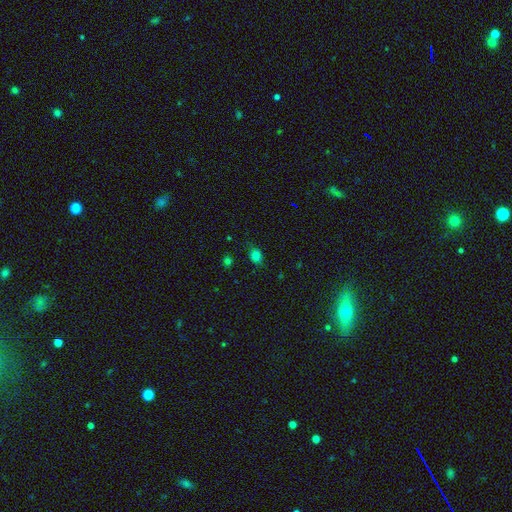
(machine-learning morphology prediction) Smooth or featured?
  - smooth: 78% *
  - star or artifact: 15%
  - featured or disk: 6%
How rounded?
  - in between: 59% *
  - round: 39%
  - cigar-shaped: 2%
Merging?
  - none: 76% *
  - minor disturbance: 19%
  - major disturbance: 4%
  - merger: 1%